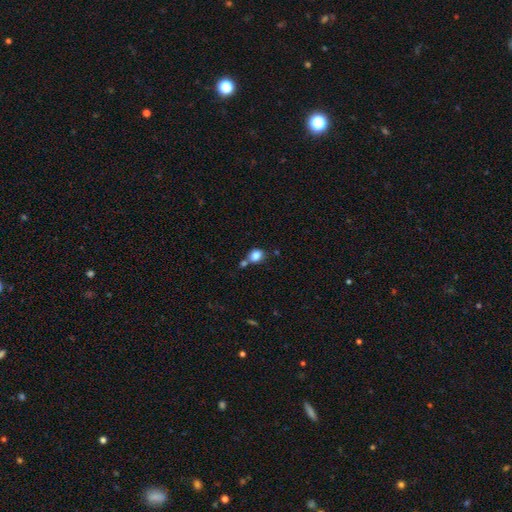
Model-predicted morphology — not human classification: Smooth or featured: smooth — 83% (star or artifact — 10%)
How rounded: in between — 52% (round — 47%)
Merging: none — 52% (merger — 28%)